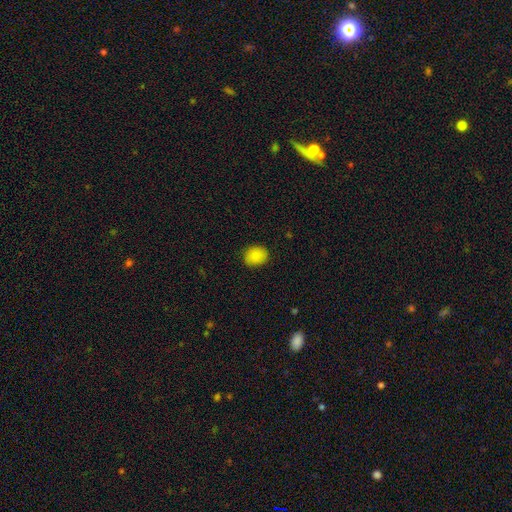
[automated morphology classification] Smooth or featured? smooth (86%)
How rounded? round (57%)
Merging? none (86%)